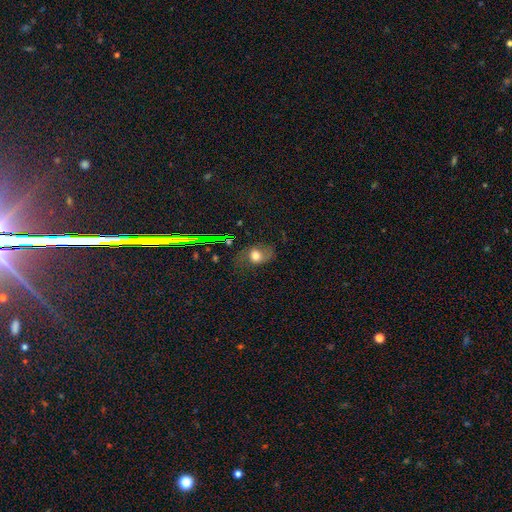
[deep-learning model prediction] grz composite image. It shows a smooth galaxy with no disk features (46%). Merging: none (58%).